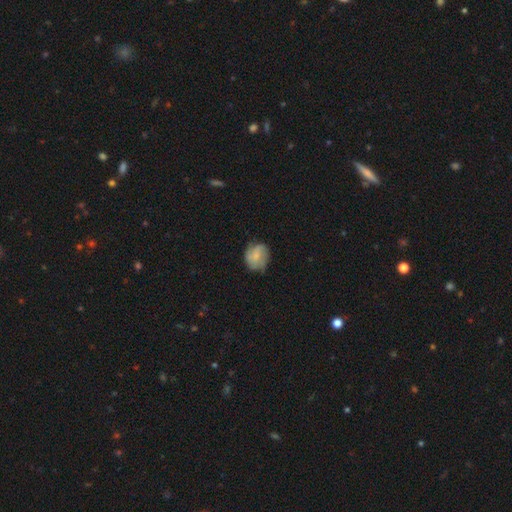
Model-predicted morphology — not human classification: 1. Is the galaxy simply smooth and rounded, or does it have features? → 60% smooth, 32% featured or disk, 8% star or artifact.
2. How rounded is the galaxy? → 64% round, 35% in between, 1% cigar-shaped.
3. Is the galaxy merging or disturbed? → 63% none, 27% minor disturbance, 9% major disturbance, 1% merger.